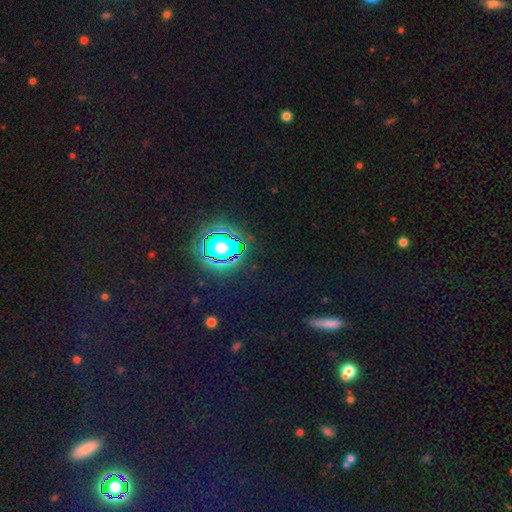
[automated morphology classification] type=star or artifact (75%).